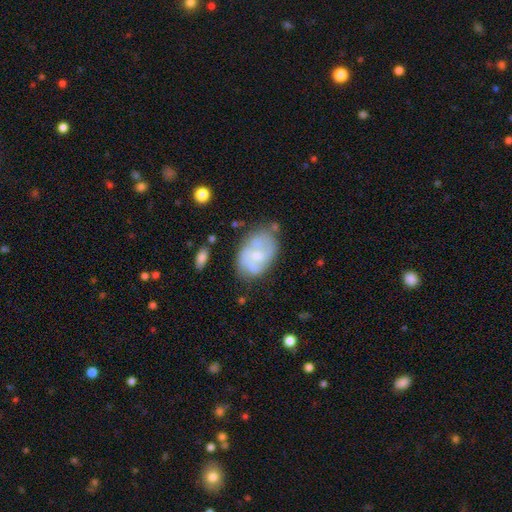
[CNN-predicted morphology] Q: Smooth or featured?
A: featured or disk (59%); runner-up: smooth (34%)
Q: Edge-on disk?
A: no (97%); runner-up: yes (3%)
Q: Bar?
A: no (53%); runner-up: weak (40%)
Q: Spiral arms?
A: yes (69%); runner-up: no (31%)
Q: Bulge size?
A: small (52%); runner-up: moderate (35%)
Q: Merging?
A: none (59%); runner-up: minor disturbance (25%)